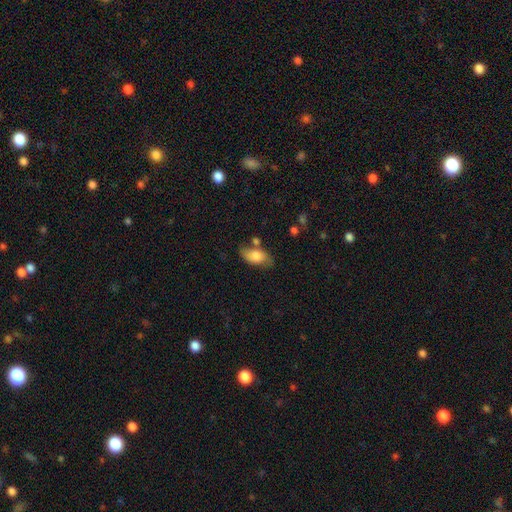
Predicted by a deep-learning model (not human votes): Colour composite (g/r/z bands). It shows a smooth galaxy with no disk features (74%) that is in between round and cigar-shaped (91%). Merging: none (63%).